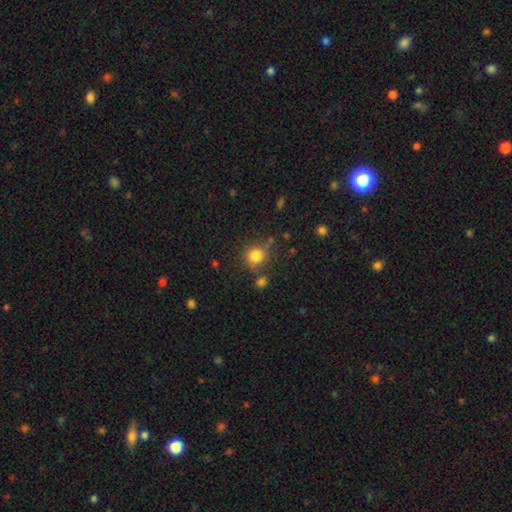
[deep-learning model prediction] This appears to be a smooth galaxy with no disk features (82%) that is round (89%). Merging: none (70%).